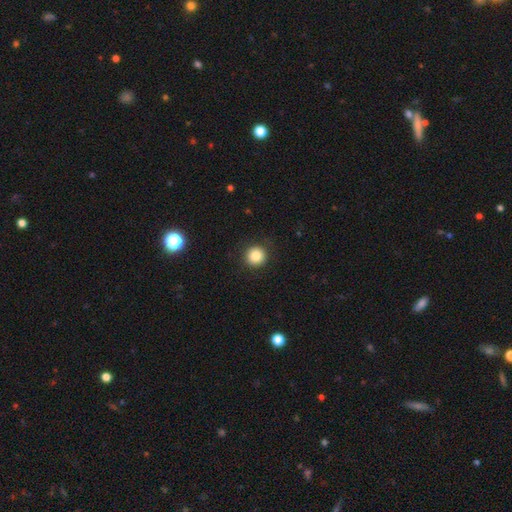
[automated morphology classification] Q: Smooth or featured?
A: smooth (84%); runner-up: star or artifact (11%)
Q: How rounded?
A: round (95%); runner-up: in between (4%)
Q: Merging?
A: none (90%); runner-up: minor disturbance (7%)